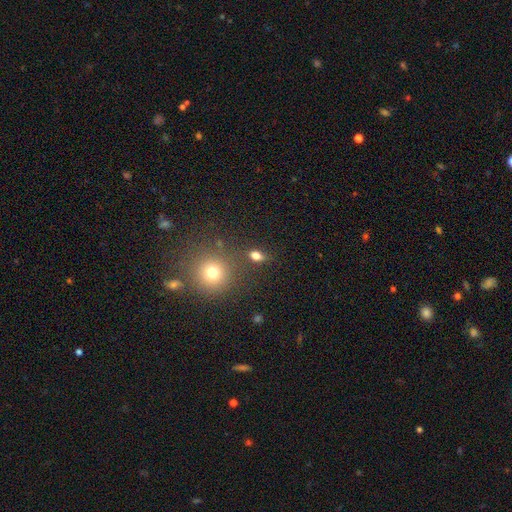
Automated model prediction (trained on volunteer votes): Smooth or featured? Predicted: smooth (p=0.76). How rounded? Predicted: in between (p=0.70). Merging? Predicted: none (p=0.77).